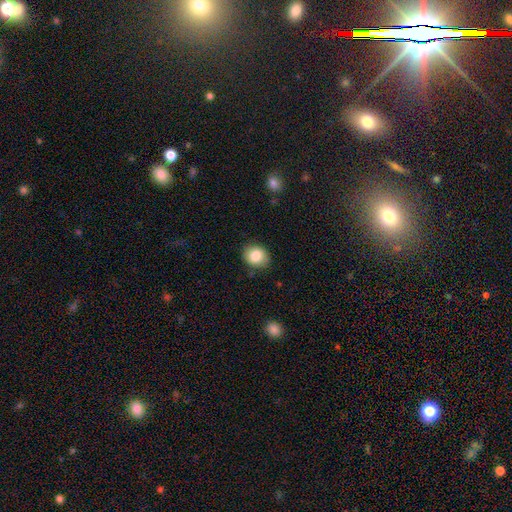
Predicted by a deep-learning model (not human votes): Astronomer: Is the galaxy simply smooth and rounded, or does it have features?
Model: smooth — 84%.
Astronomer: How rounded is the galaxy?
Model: round — 58% (runner-up: in between, 41%).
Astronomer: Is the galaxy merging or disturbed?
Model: none — 85%.